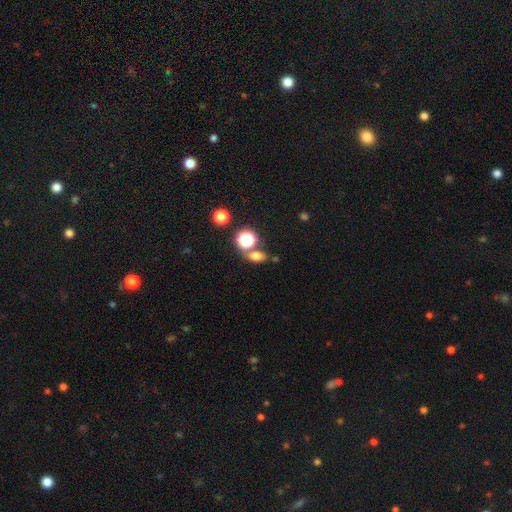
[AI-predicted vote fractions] Smooth or featured: smooth — 69% (star or artifact — 21%)
How rounded: in between — 65% (round — 31%)
Merging: none — 65% (merger — 20%)